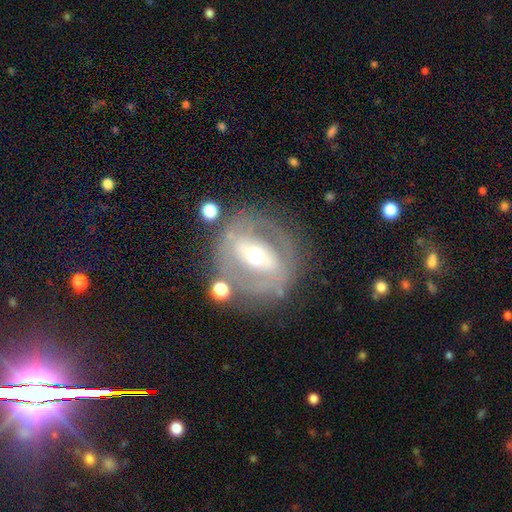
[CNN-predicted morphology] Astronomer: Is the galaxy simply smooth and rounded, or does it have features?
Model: featured or disk — 75%.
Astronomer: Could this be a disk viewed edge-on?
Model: no — 93%.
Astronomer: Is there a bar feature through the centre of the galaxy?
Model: strong — 50% (runner-up: weak, 30%).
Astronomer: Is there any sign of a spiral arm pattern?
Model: no — 52% (runner-up: yes, 48%).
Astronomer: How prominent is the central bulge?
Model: moderate — 66%.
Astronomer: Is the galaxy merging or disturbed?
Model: none — 73%.